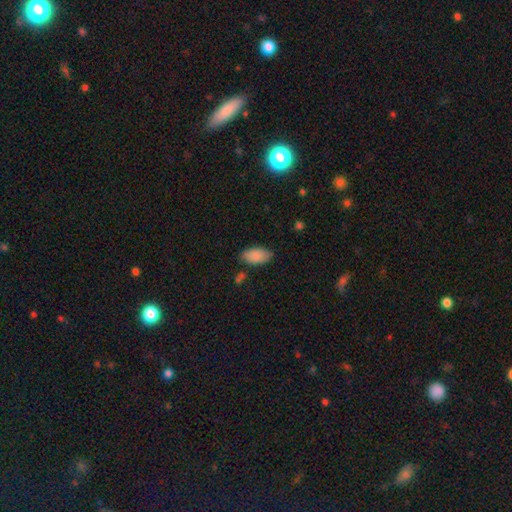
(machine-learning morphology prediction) smooth-or-featured: smooth: 87% | star or artifact: 7% | featured or disk: 6%
  how-rounded: in between: 94% | cigar-shaped: 3% | round: 3%
  merging: none: 80% | minor disturbance: 15% | major disturbance: 3% | merger: 3%